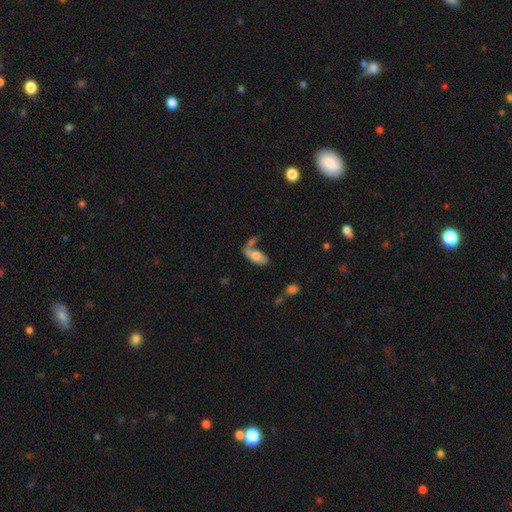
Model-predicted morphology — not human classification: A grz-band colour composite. It shows a smooth galaxy with no disk features (60%) that is in between round and cigar-shaped (85%). Merging: merger (35%).